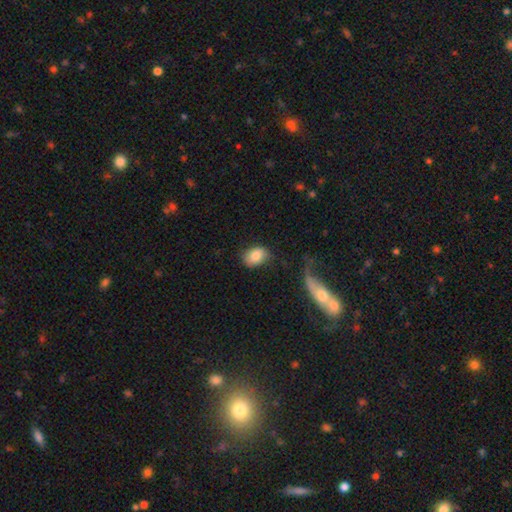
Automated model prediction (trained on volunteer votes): This appears to be a smooth galaxy with no disk features (80%) that is in between round and cigar-shaped (70%). Merging: none (72%).